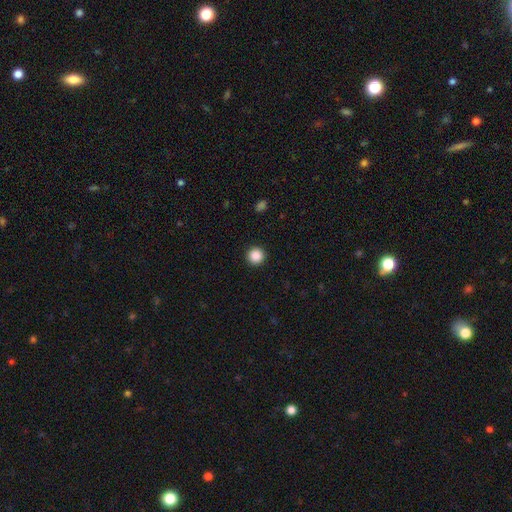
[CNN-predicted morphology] Overall: smooth (88%). How rounded: round (96%). Merging: none (93%).